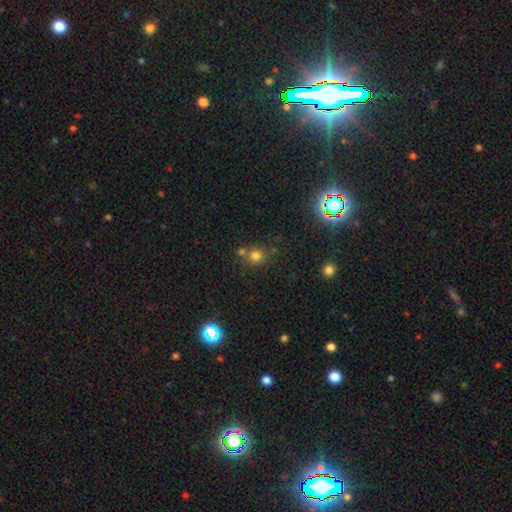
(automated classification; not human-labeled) A smooth galaxy with no disk features (74%) that is round (86%).

Vote fractions:
- Smooth or featured? smooth: 74% / star or artifact: 18% / featured or disk: 8%
- How rounded? round: 86% / in between: 13% / cigar-shaped: 1%
- Merging? none: 62% / merger: 24% / minor disturbance: 10% / major disturbance: 4%